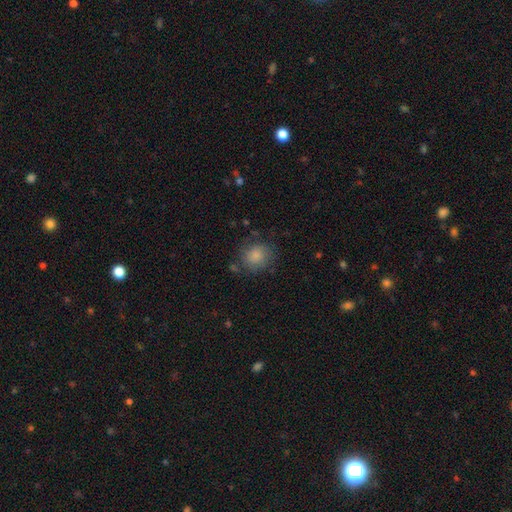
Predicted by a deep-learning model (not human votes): A smooth galaxy with no disk features (85%) that is round (82%). Merging: none (76%).